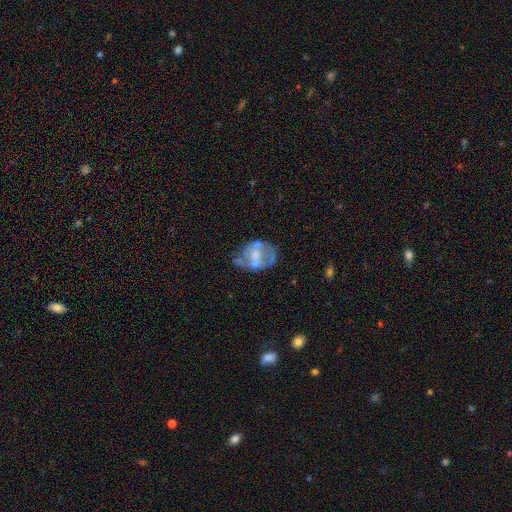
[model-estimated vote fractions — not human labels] This is likely a featured or disk galaxy (61%). It is clearly not viewed edge-on (97%). Bar: likely no (76%). Spiral arm pattern: clearly no (81%). Central bulge: marginally moderate (40%). Merging: marginally none (39%).